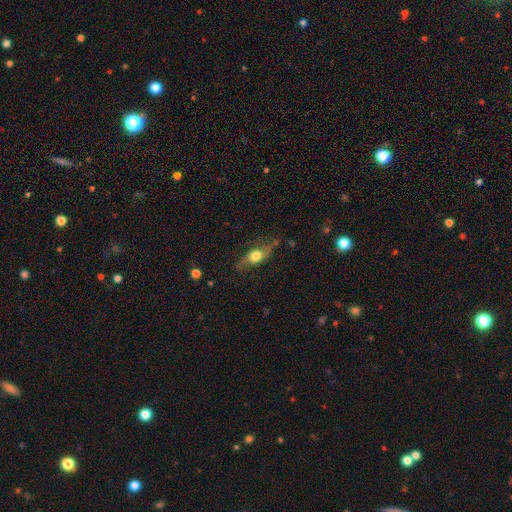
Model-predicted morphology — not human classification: Overall: smooth (58%; featured or disk 34%). How rounded: in between (61%; cigar-shaped 24%). Merging: none (67%).